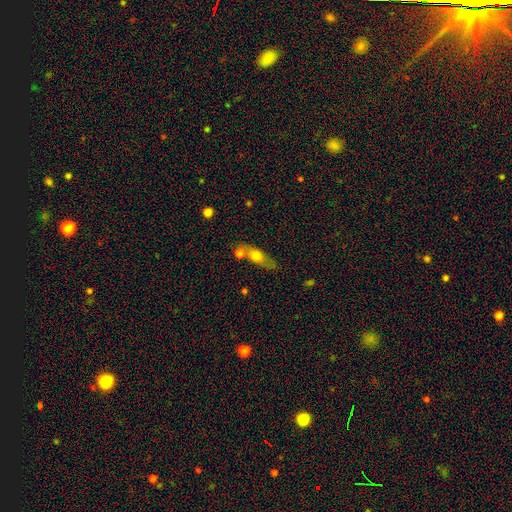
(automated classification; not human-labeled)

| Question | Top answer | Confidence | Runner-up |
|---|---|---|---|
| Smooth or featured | smooth | 65% | featured or disk (27%) |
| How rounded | in between | 55% | cigar-shaped (35%) |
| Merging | none | 45% | merger (34%) |